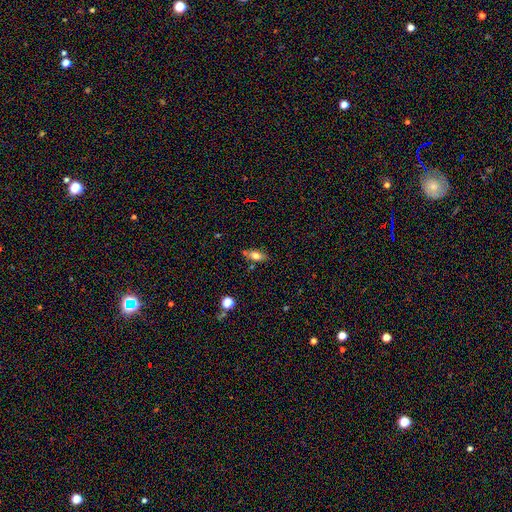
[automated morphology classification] This appears to be a smooth galaxy with no disk features (70%) that is in between round and cigar-shaped (80%). Merging: none (71%).